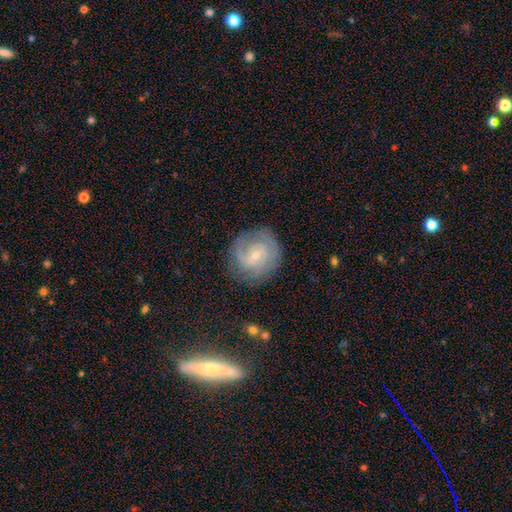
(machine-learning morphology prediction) Smooth or featured?
  - featured or disk: 80% *
  - smooth: 14%
  - star or artifact: 7%
Edge-on disk?
  - no: 98% *
  - yes: 2%
Bar?
  - no: 61% *
  - weak: 32%
  - strong: 6%
Spiral arms?
  - yes: 93% *
  - no: 7%
Spiral winding?
  - tight: 61% *
  - medium: 30%
  - loose: 8%
Spiral arm count?
  - 2: 42% *
  - can't tell: 27%
  - 3: 16%
  - 1: 6%
  - 4: 5%
  - more than 4: 4%
Bulge size?
  - small: 75% *
  - moderate: 21%
  - none: 1%
  - large: 1%
  - dominant: 1%
Merging?
  - none: 78% *
  - minor disturbance: 15%
  - major disturbance: 6%
  - merger: 1%